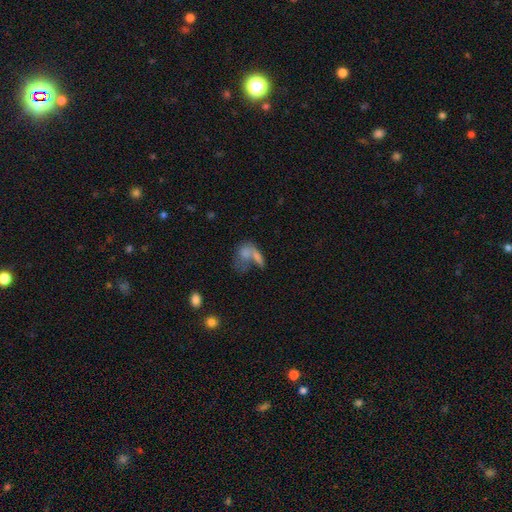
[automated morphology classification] A smooth galaxy with no disk features (57%) that is in between round and cigar-shaped (67%). Merging: merger (51%).